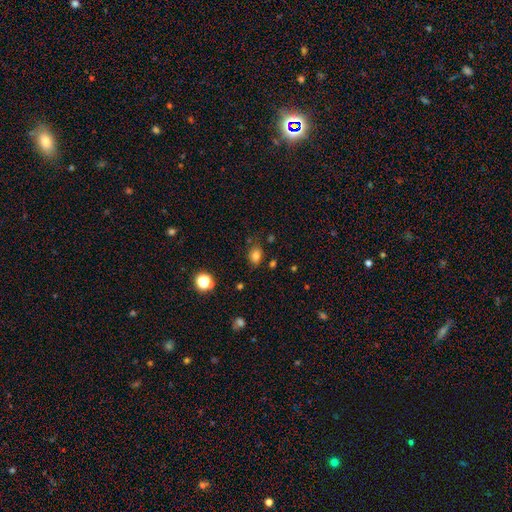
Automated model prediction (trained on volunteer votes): Smooth or featured? smooth (78%)
How rounded? in between (66%)
Merging? none (75%)